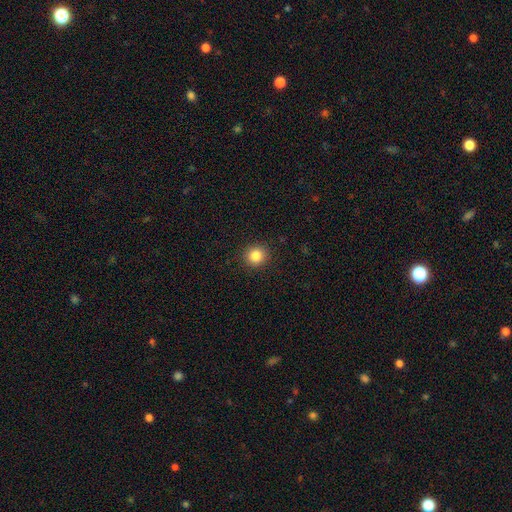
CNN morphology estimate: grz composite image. It shows a smooth galaxy with no disk features (85%) that is round (90%). Merging: none (91%).